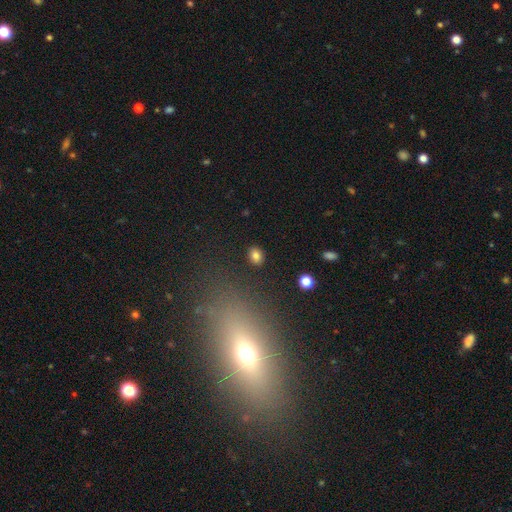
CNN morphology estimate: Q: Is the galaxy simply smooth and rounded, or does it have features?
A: smooth — 82%.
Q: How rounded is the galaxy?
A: in between — 57%.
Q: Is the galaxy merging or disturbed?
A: none — 88%.